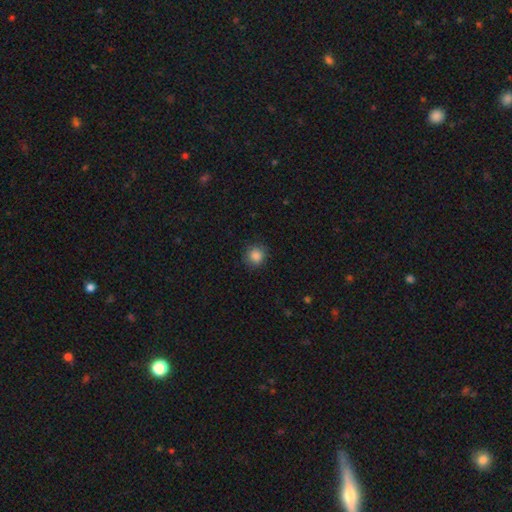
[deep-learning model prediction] This appears to be a smooth galaxy with no disk features (86%) that is round (91%). Merging: none (86%).